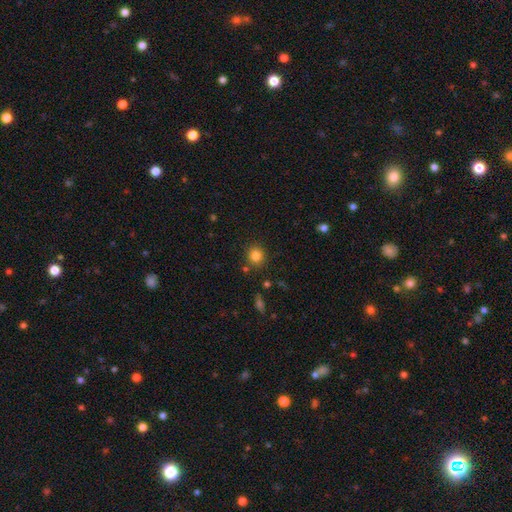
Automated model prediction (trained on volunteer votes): A smooth galaxy with no disk features (83%) that is round (88%). Merging: none (85%).